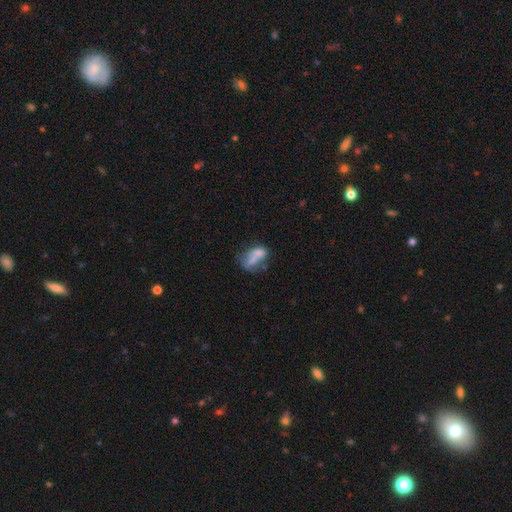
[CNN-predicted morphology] Smooth or featured: smooth — 59% (featured or disk — 31%)
How rounded: in between — 80% (cigar-shaped — 11%)
Merging: merger — 30% (none — 29%)